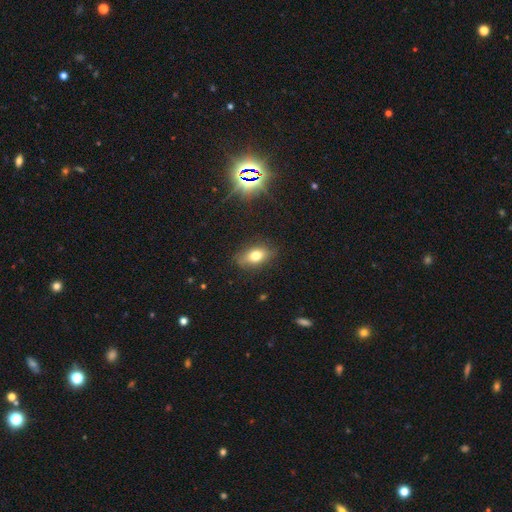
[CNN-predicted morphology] A smooth galaxy with no disk features (71%) that is in between round and cigar-shaped (82%). Merging: none (79%).